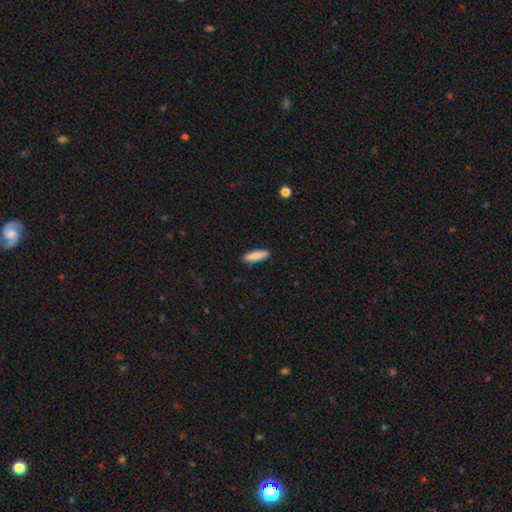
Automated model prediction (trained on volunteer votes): Smooth or featured?
  - smooth: 89% *
  - star or artifact: 6%
  - featured or disk: 5%
How rounded?
  - cigar-shaped: 54% *
  - in between: 44%
  - round: 2%
Merging?
  - none: 90% *
  - minor disturbance: 8%
  - major disturbance: 2%
  - merger: 1%